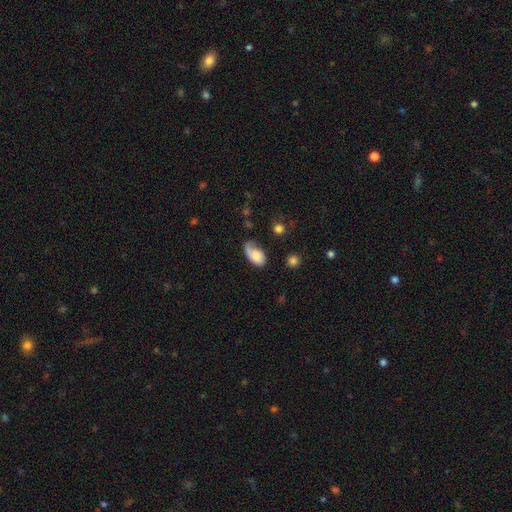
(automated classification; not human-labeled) A smooth galaxy with no disk features (60%) that is in between round and cigar-shaped (91%). Merging: none (40%).